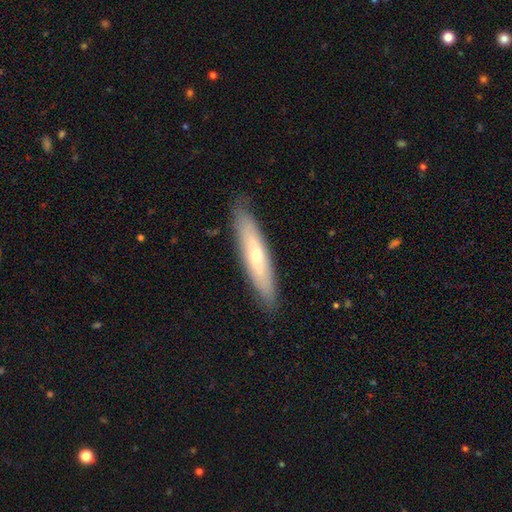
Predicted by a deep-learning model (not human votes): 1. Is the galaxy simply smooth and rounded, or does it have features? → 51% smooth, 43% featured or disk, 6% star or artifact.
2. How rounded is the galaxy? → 81% cigar-shaped, 18% in between, 2% round.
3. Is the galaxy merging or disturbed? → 86% none, 11% minor disturbance, 2% major disturbance, 1% merger.